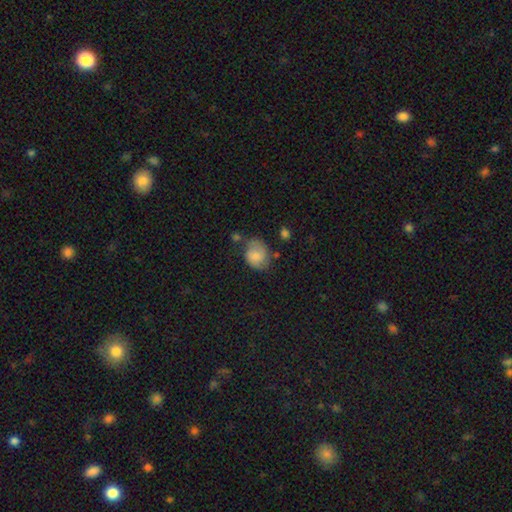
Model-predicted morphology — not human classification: This is likely a smooth galaxy (67%). How rounded: possibly round (50%). Merging: possibly none (49%).